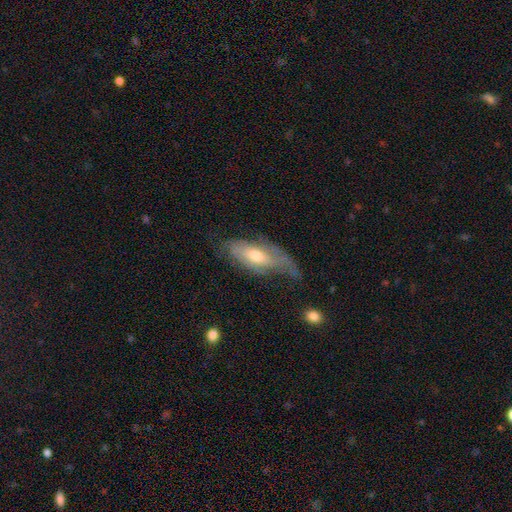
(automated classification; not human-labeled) This appears to be a featured or disk galaxy (56%). Merging: none (37%).